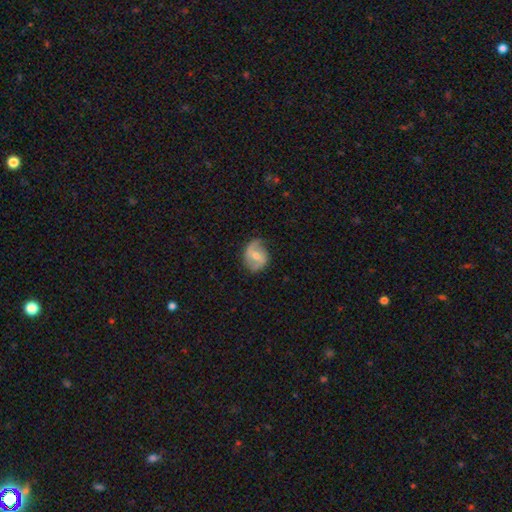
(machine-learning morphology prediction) Overall: featured or disk (65%; smooth 29%). Edge-on disk: no (97%). Bar: weak (49%; strong 27%). Spiral arms: yes (82%). Spiral arm count: 2 (82%). Spiral winding: loose (42%; medium 40%). Bulge size: moderate (59%; small 35%). Merging: none (69%).